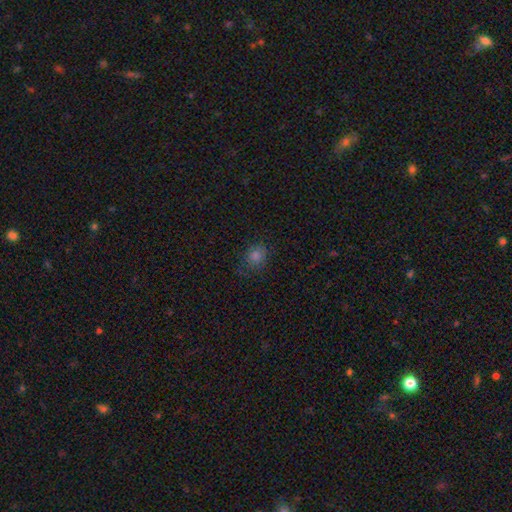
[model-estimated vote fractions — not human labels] Morphology: type=smooth (75%); roundness=round (69%); merging=none (79%).